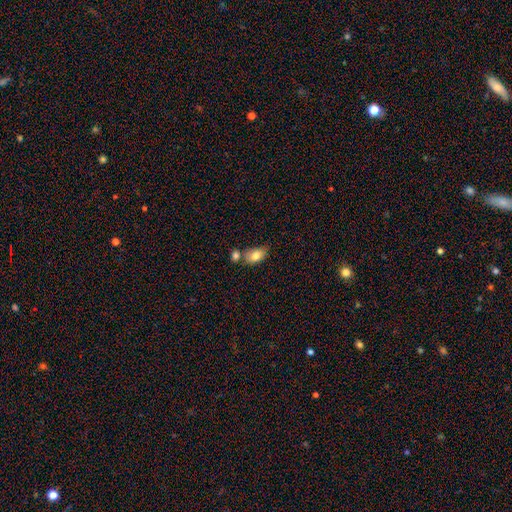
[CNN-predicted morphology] smooth 80%, featured or disk 12%, star or artifact 8%. Down the decision tree: how rounded — in between (87%); merging — none (46%).